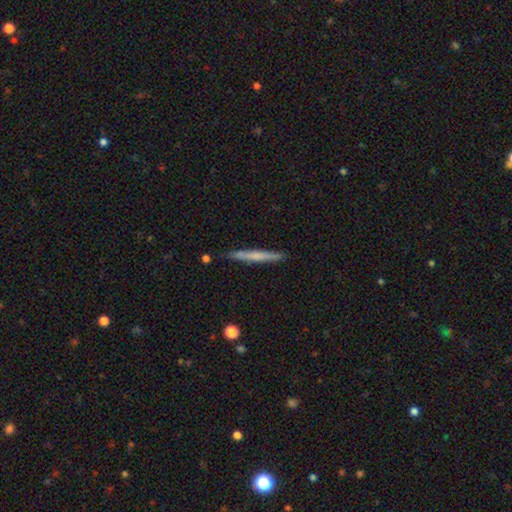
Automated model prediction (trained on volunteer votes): This is possibly a smooth galaxy (51%). How rounded: clearly cigar-shaped (96%). Merging: clearly none (88%).